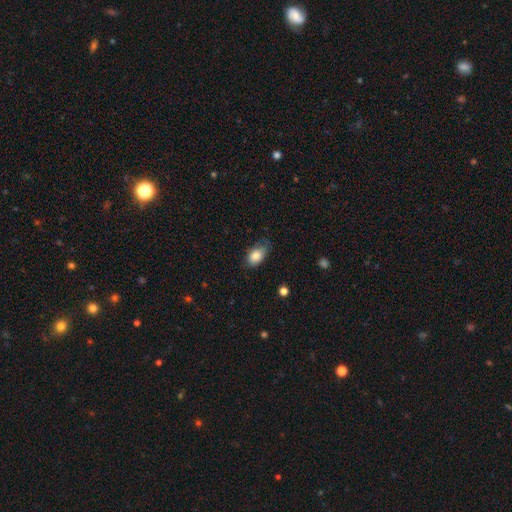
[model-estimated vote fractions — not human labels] Overall: smooth (83%). How rounded: in between (90%). Merging: none (61%; minor disturbance 31%).